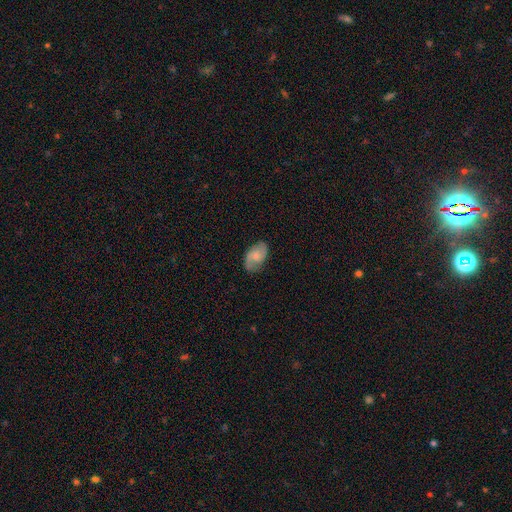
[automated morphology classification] Overall: featured or disk (57%; smooth 36%). Edge-on disk: no (96%). Bar: no (59%; weak 36%). Spiral arms: yes (91%). Spiral arm count: 2 (84%). Spiral winding: medium (47%; loose 31%). Bulge size: moderate (33%; small 32%). Merging: none (77%).